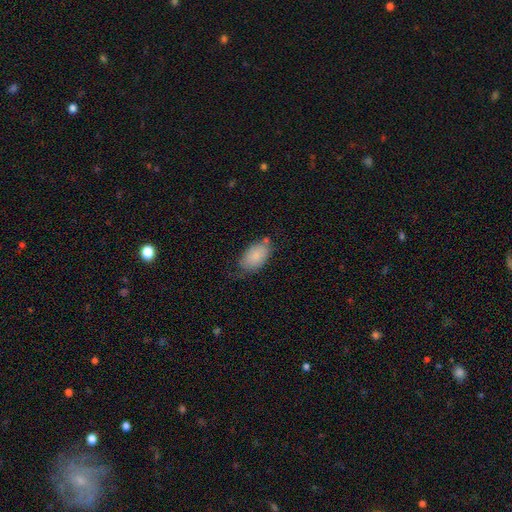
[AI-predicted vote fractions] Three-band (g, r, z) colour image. It shows a smooth galaxy with no disk features (82%) that is in between round and cigar-shaped (93%). Merging: none (56%).